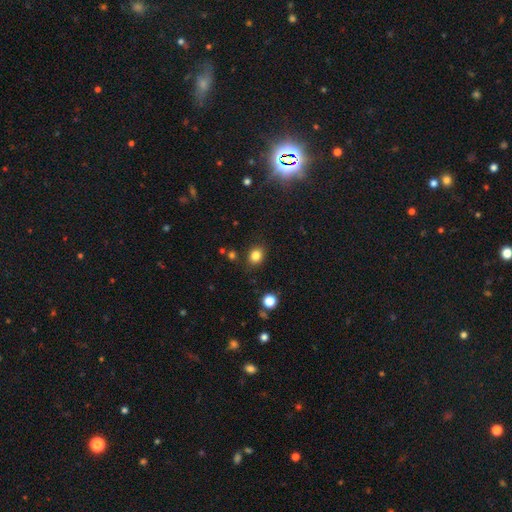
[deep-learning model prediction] This is clearly a smooth galaxy (83%). How rounded: likely round (62%). Merging: clearly none (85%).